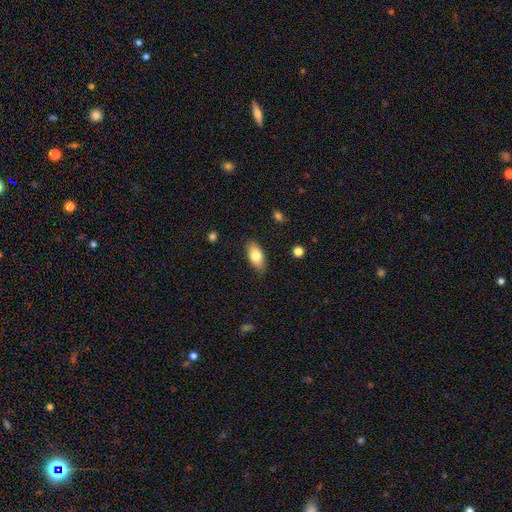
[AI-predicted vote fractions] Smooth or featured?
  - smooth: 79% *
  - featured or disk: 14%
  - star or artifact: 7%
How rounded?
  - in between: 90% *
  - cigar-shaped: 7%
  - round: 3%
Merging?
  - none: 86% *
  - minor disturbance: 11%
  - major disturbance: 2%
  - merger: 1%